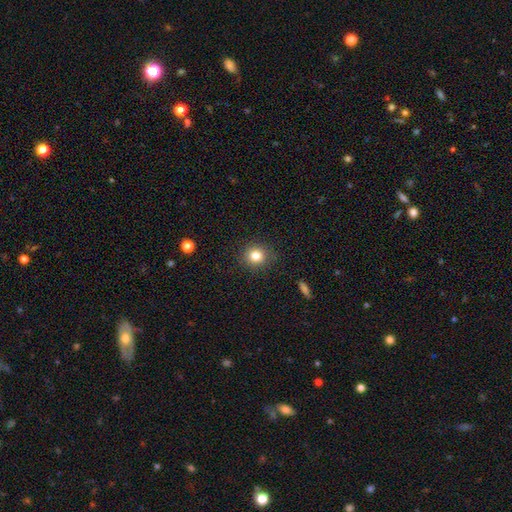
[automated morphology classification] This is clearly a smooth galaxy (81%). How rounded: clearly round (89%). Merging: clearly none (89%).